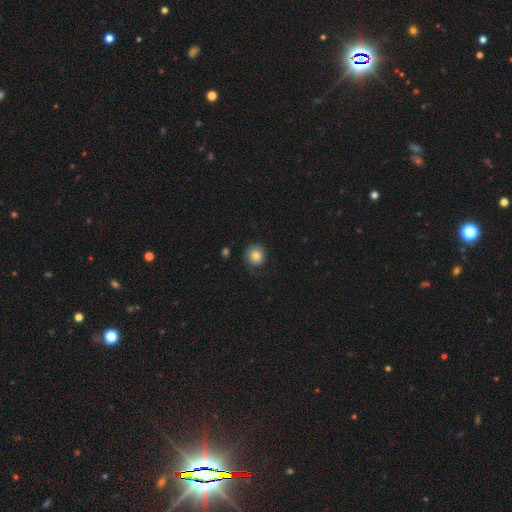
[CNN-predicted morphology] Smooth or featured: smooth — 83% (star or artifact — 9%)
How rounded: round — 89% (in between — 10%)
Merging: none — 73% (minor disturbance — 18%)